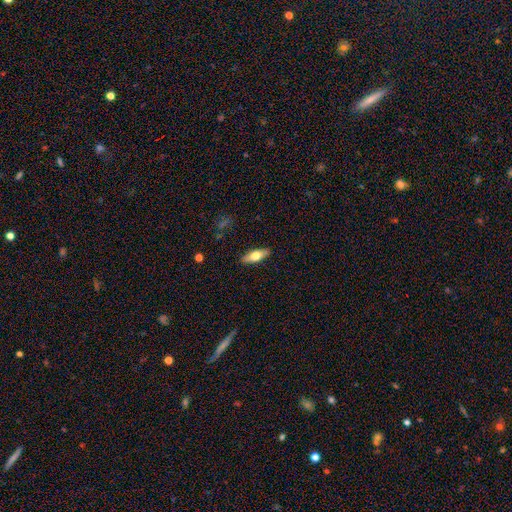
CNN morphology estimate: Overall: smooth (65%; featured or disk 29%). How rounded: in between (68%; cigar-shaped 29%). Merging: none (89%).